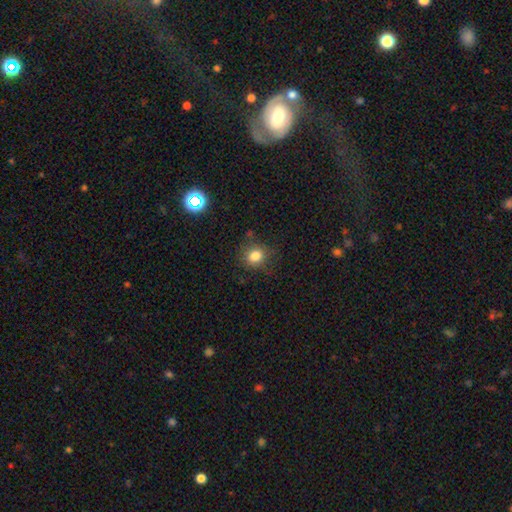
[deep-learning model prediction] Q: Smooth or featured?
A: smooth (82%); runner-up: star or artifact (12%)
Q: How rounded?
A: round (73%); runner-up: in between (26%)
Q: Merging?
A: none (81%); runner-up: minor disturbance (13%)